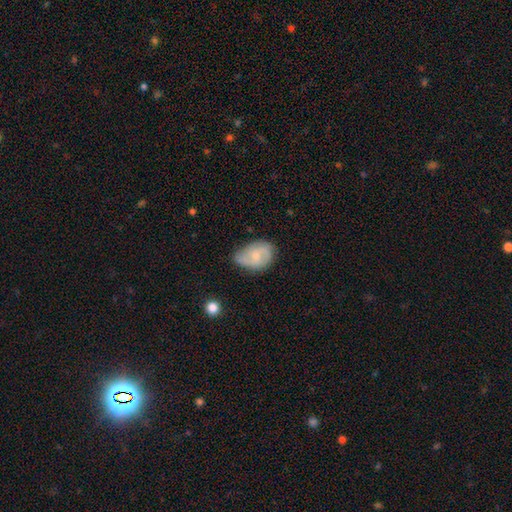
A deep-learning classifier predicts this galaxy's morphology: This appears to be a featured or disk galaxy (48%). Merging: none (51%).